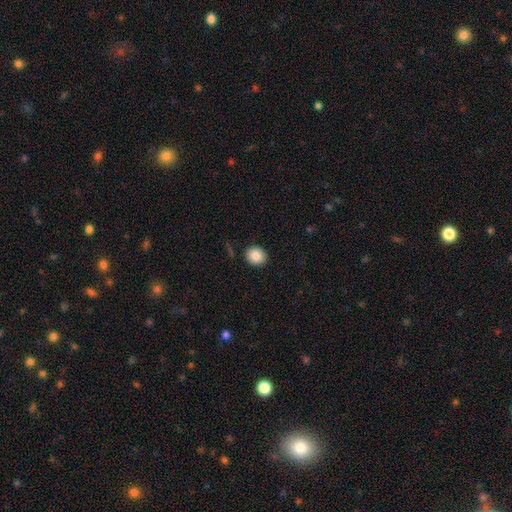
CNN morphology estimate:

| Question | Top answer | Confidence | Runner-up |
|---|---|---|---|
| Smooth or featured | smooth | 86% | star or artifact (8%) |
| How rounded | round | 71% | in between (28%) |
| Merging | none | 90% | minor disturbance (7%) |